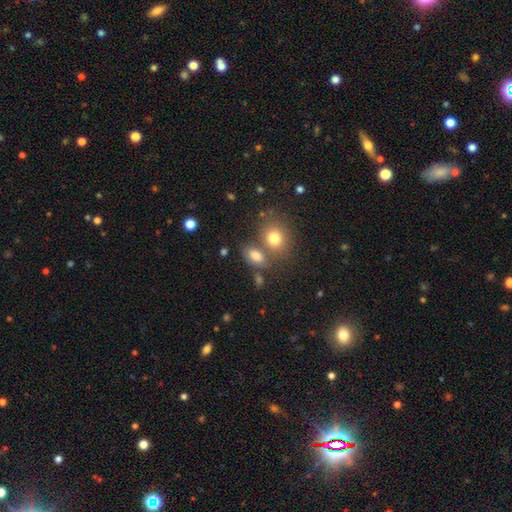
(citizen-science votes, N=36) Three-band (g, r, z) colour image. It shows a smooth galaxy with no disk features (75%) that is in between round and cigar-shaped (96%). Merging: none (65%).